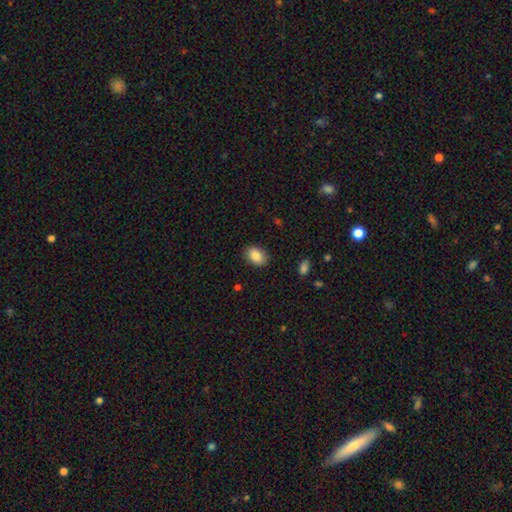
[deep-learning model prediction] A smooth galaxy with no disk features (87%) that is in between round and cigar-shaped (84%).

Vote fractions:
- Smooth or featured? smooth: 87% / star or artifact: 7% / featured or disk: 6%
- How rounded? in between: 84% / round: 15% / cigar-shaped: 1%
- Merging? none: 87% / minor disturbance: 10% / major disturbance: 2% / merger: 1%